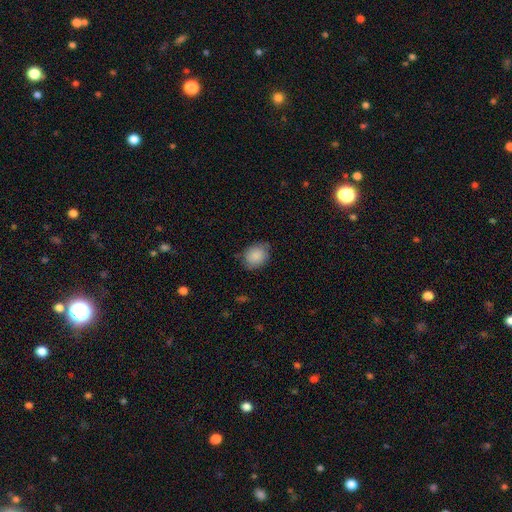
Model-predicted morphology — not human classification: This appears to be a smooth galaxy with no disk features (86%) that is round (57%). Merging: none (73%).